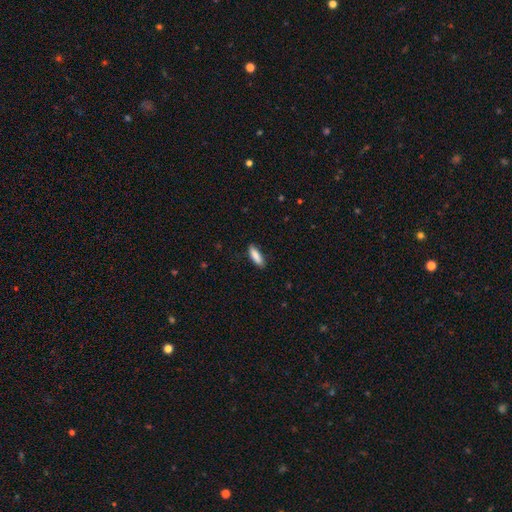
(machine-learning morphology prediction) This is clearly a smooth galaxy (87%). How rounded: possibly in between (49%, tied with cigar-shaped). Merging: clearly none (85%).